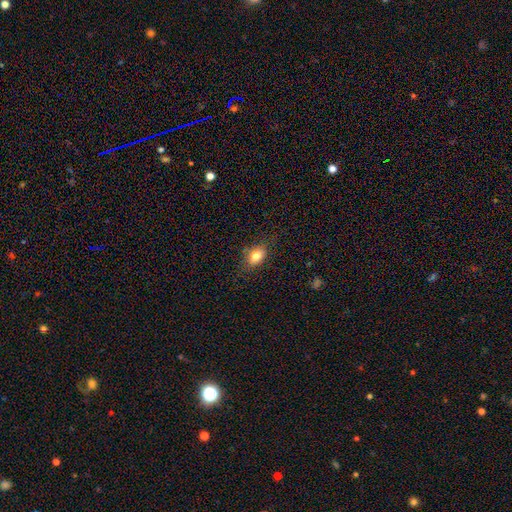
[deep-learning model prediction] The model was most divided on "how rounded": in between: 74%, round: 24%, cigar-shaped: 2%. More confident: smooth or featured — smooth (80%); merging — none (78%).